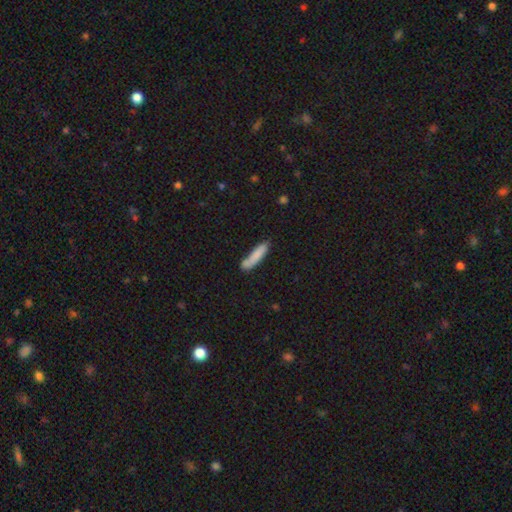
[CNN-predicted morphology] smooth 82%, featured or disk 12%, star or artifact 6%. Down the decision tree: how rounded — cigar-shaped (85%); merging — none (68%).